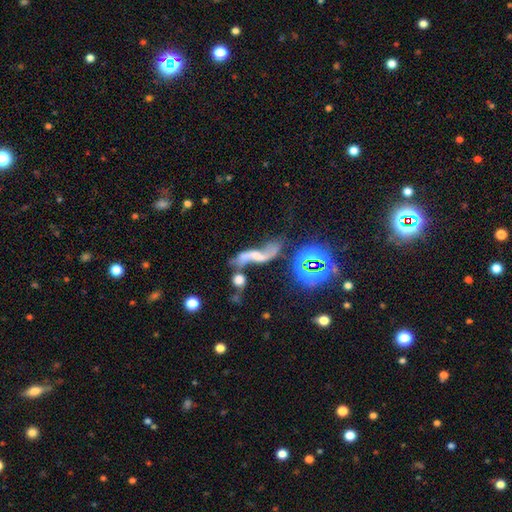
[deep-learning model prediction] A featured or disk galaxy (62%) with no bar (45%), spiral arms (80%) and no central bulge (38%).

Vote fractions:
- Smooth or featured? featured or disk: 62% / star or artifact: 20% / smooth: 17%
- Edge-on disk? no: 87% / yes: 13%
- Bar? no: 45% / weak: 32% / strong: 23%
- Spiral arms? yes: 80% / no: 20%
- Bulge size? none: 38% / small: 32% / moderate: 22% / large: 6% / dominant: 3%
- Merging? none: 35% / merger: 31% / major disturbance: 19% / minor disturbance: 15%